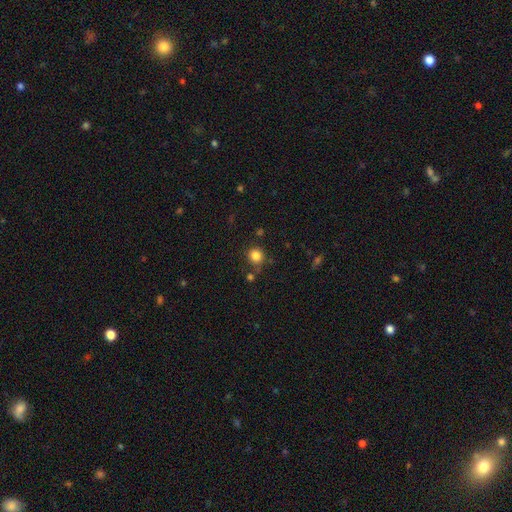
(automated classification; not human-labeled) smooth-or-featured: smooth: 83% | star or artifact: 12% | featured or disk: 5%
  how-rounded: round: 89% | in between: 10% | cigar-shaped: 1%
  merging: none: 79% | minor disturbance: 11% | merger: 7% | major disturbance: 4%